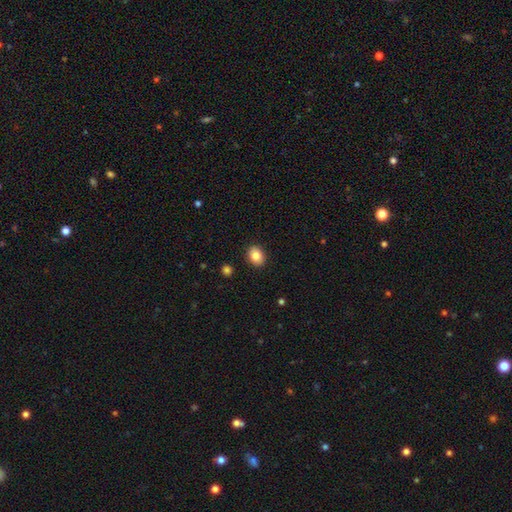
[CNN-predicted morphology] A smooth galaxy with no disk features (85%) that is in between round and cigar-shaped (61%). Merging: none (90%).